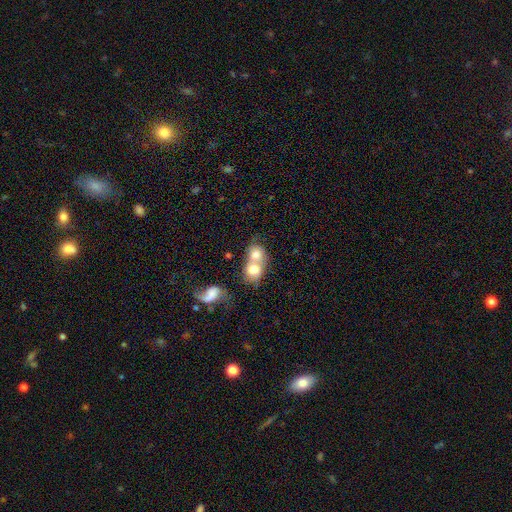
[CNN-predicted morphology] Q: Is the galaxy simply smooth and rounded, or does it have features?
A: smooth — 68%.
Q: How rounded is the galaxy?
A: round — 64%.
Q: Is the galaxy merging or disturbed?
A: merger — 75%.